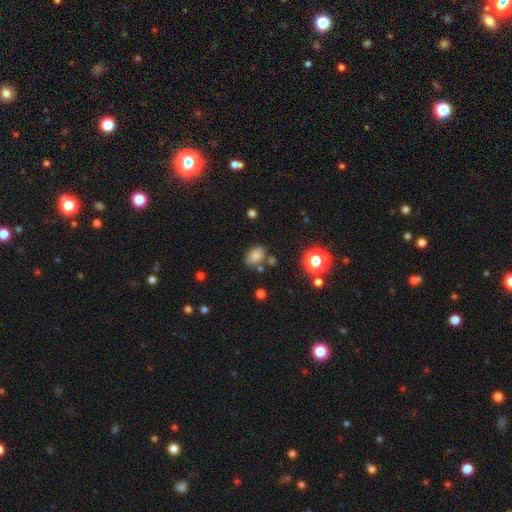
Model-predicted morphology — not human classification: This appears to be a smooth galaxy with no disk features (79%) that is in between round and cigar-shaped (79%). Merging: none (72%).